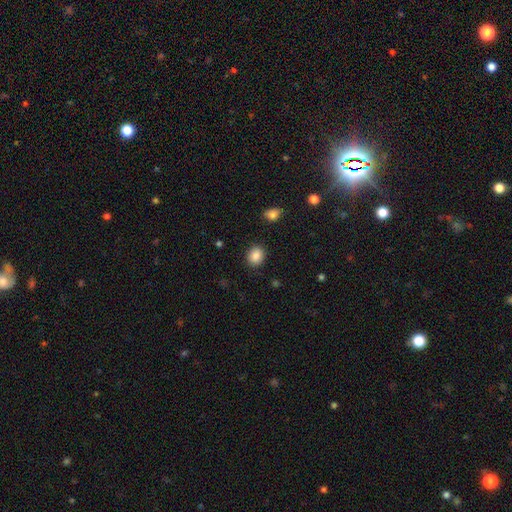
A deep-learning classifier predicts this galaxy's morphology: smooth 86%, star or artifact 9%, featured or disk 5%. Down the decision tree: how rounded — round (68%); merging — none (89%).